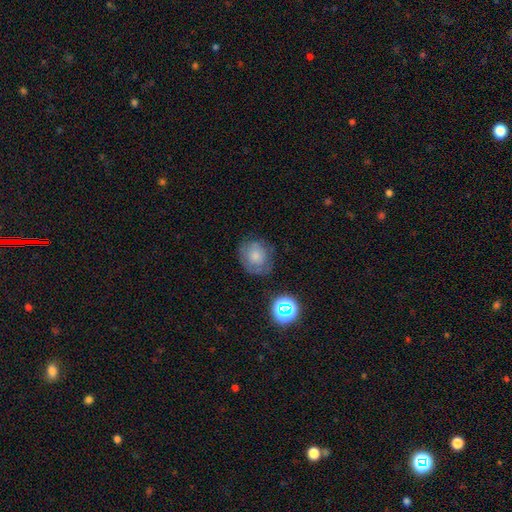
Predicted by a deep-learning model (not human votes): Smooth or featured?
  - smooth: 65% *
  - featured or disk: 23%
  - star or artifact: 12%
How rounded?
  - round: 69% *
  - in between: 30%
  - cigar-shaped: 1%
Merging?
  - none: 62% *
  - minor disturbance: 25%
  - major disturbance: 10%
  - merger: 3%